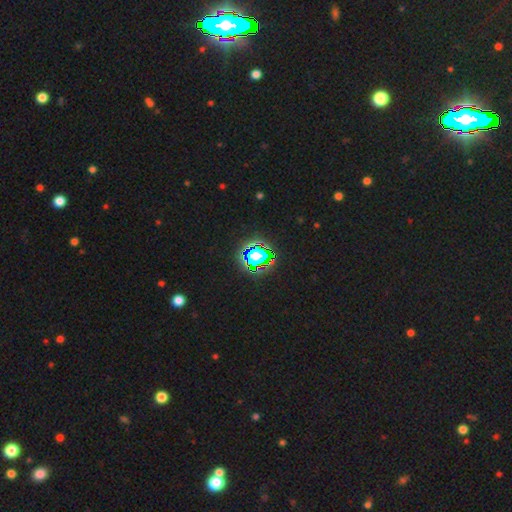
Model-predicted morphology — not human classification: smooth_or_featured: star or artifact (p=0.62) [alt: smooth p=0.26]